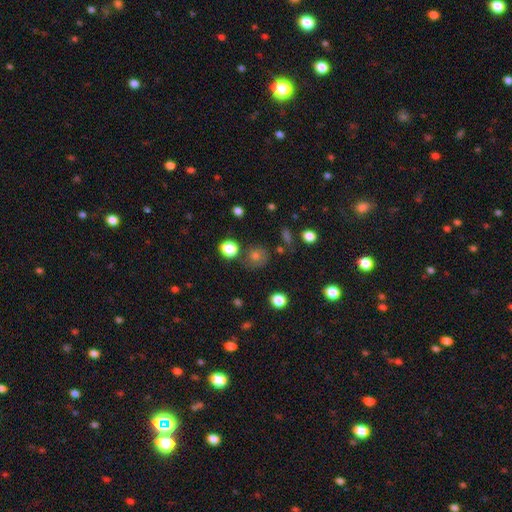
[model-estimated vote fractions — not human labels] Q: Smooth or featured?
A: smooth (69%); runner-up: star or artifact (21%)
Q: How rounded?
A: round (84%); runner-up: in between (15%)
Q: Merging?
A: none (74%); runner-up: minor disturbance (14%)